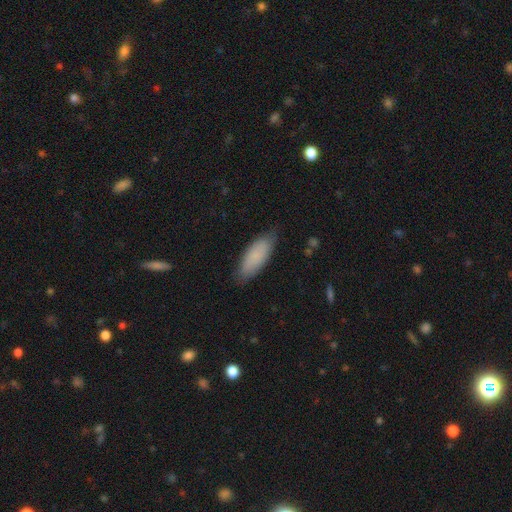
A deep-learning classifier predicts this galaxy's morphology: A smooth galaxy with no disk features (83%) that is in between round and cigar-shaped (70%). Merging: none (79%).